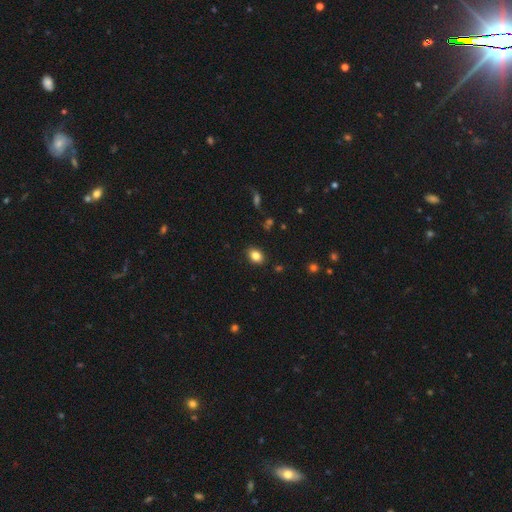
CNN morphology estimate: smooth_or_featured: smooth (p=0.83) [alt: star or artifact p=0.10]
how_rounded: in between (p=0.69) [alt: round p=0.30]
merging: none (p=0.88) [alt: minor disturbance p=0.09]